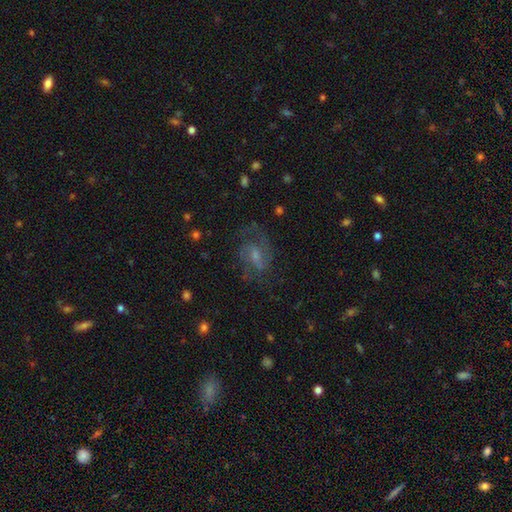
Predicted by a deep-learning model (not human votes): A featured or disk galaxy (72%) with a weak bar (52%), 2 (66%) medium (53%) spiral arms (90%) and a small central bulge (46%).

Vote fractions:
- Smooth or featured? featured or disk: 72% / smooth: 17% / star or artifact: 11%
- Edge-on disk? no: 97% / yes: 3%
- Bar? weak: 52% / no: 35% / strong: 13%
- Spiral arms? yes: 90% / no: 10%
- Spiral winding? medium: 53% / loose: 26% / tight: 21%
- Spiral arm count? 2: 66% / can't tell: 16% / 3: 7% / 1: 6% / 4: 2% / more than 4: 2%
- Bulge size? small: 46% / moderate: 37% / none: 11% / large: 4% / dominant: 1%
- Merging? none: 62% / minor disturbance: 18% / major disturbance: 18% / merger: 2%